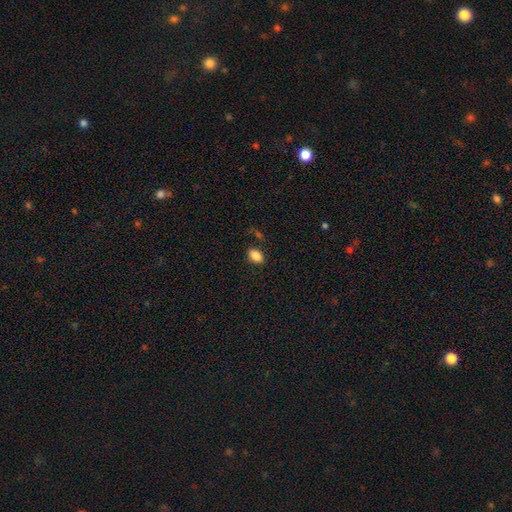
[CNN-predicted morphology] Smooth or featured?
  - smooth: 85% *
  - star or artifact: 9%
  - featured or disk: 6%
How rounded?
  - in between: 86% *
  - round: 12%
  - cigar-shaped: 2%
Merging?
  - none: 82% *
  - minor disturbance: 12%
  - major disturbance: 3%
  - merger: 3%